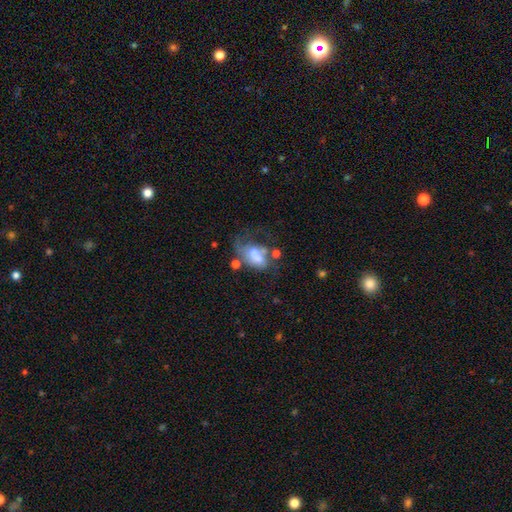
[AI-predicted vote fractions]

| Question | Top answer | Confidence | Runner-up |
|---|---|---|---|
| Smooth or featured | smooth | 45% | featured or disk (44%) |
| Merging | merger | 36% | major disturbance (30%) |